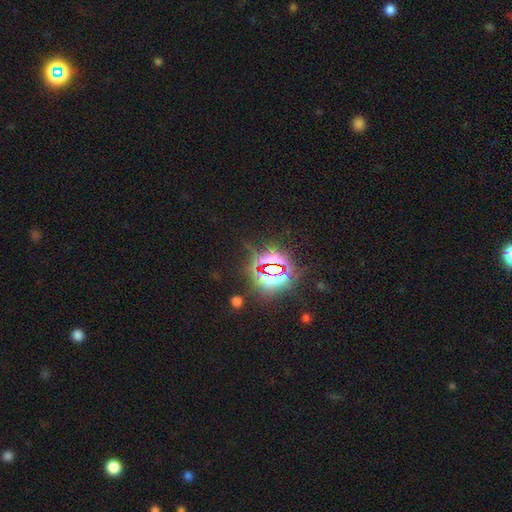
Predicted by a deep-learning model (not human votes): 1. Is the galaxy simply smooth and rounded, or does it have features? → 82% star or artifact, 11% smooth, 7% featured or disk.